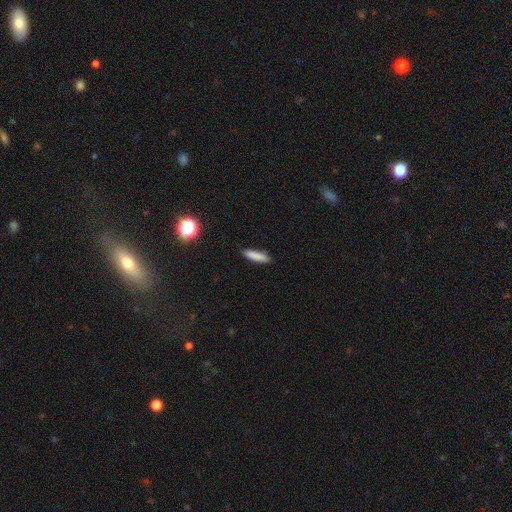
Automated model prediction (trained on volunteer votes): Smooth or featured: smooth — 84% (star or artifact — 8%)
How rounded: cigar-shaped — 76% (in between — 22%)
Merging: none — 88% (minor disturbance — 9%)